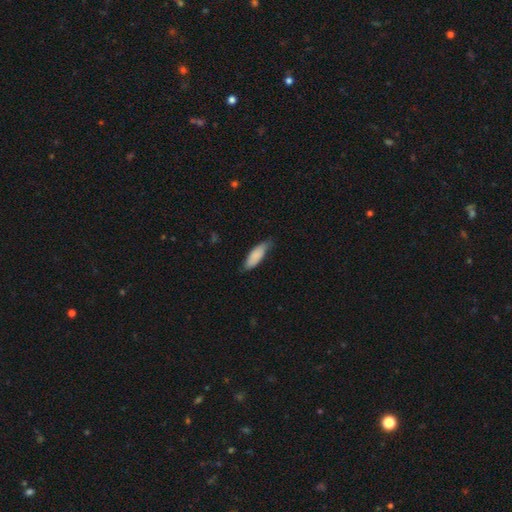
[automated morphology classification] smooth_or_featured: smooth (p=0.85) [alt: featured or disk p=0.09]
how_rounded: in between (p=0.61) [alt: cigar-shaped p=0.38]
merging: none (p=0.65) [alt: minor disturbance p=0.29]